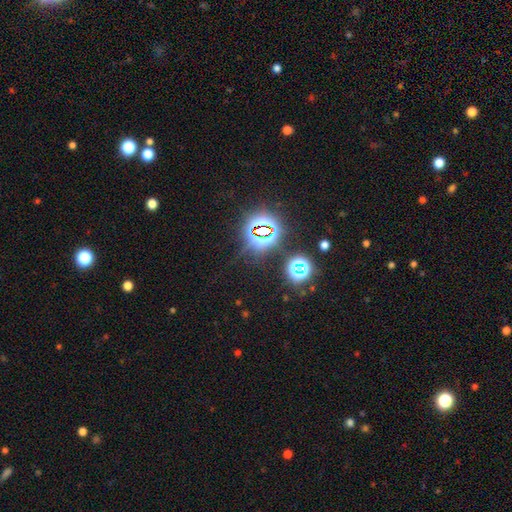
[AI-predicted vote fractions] Q: Smooth or featured?
A: star or artifact (82%); runner-up: smooth (11%)